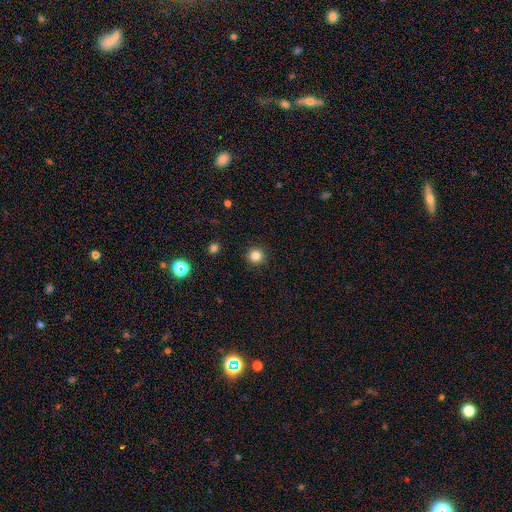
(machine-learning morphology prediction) Smooth or featured: smooth — 83% (star or artifact — 12%)
How rounded: round — 95% (in between — 4%)
Merging: none — 92% (minor disturbance — 5%)